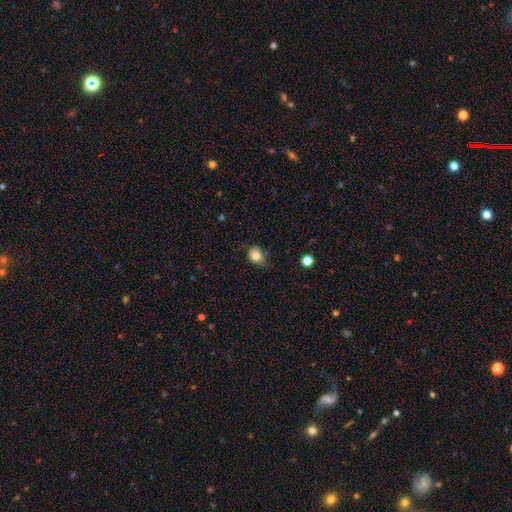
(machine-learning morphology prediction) type=smooth (80%); roundness=round (60%); merging=none (45%).